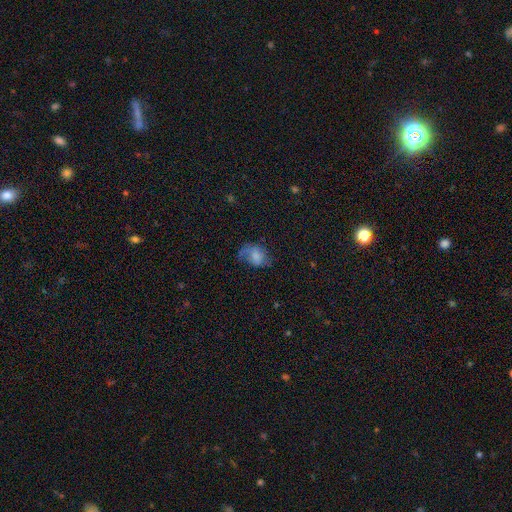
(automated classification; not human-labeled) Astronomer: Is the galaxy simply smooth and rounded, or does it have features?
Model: smooth — 56% (runner-up: featured or disk, 34%).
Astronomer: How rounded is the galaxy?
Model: in between — 68%.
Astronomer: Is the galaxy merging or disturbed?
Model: none — 37% (runner-up: major disturbance, 32%).